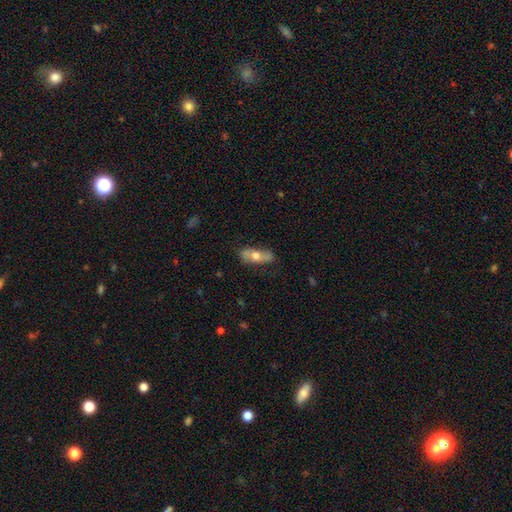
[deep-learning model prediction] A smooth galaxy with no disk features (52%) that is in between round and cigar-shaped (66%). Merging: none (74%).